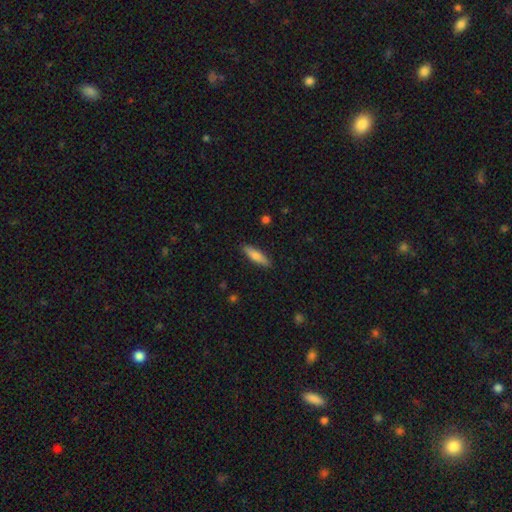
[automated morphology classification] smooth 74%, featured or disk 20%, star or artifact 6%. Down the decision tree: how rounded — cigar-shaped (64%); merging — none (88%).